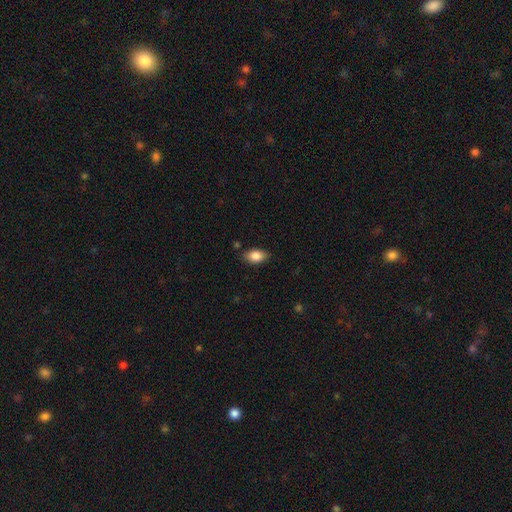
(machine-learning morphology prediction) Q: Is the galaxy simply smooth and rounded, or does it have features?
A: smooth — 84%.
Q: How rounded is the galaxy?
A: in between — 88%.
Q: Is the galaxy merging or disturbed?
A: none — 83%.